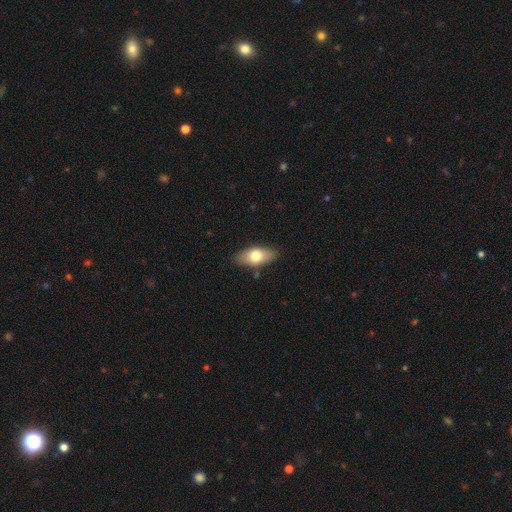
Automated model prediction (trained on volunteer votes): This is likely a smooth galaxy (71%). How rounded: clearly in between (87%). Merging: clearly none (84%).